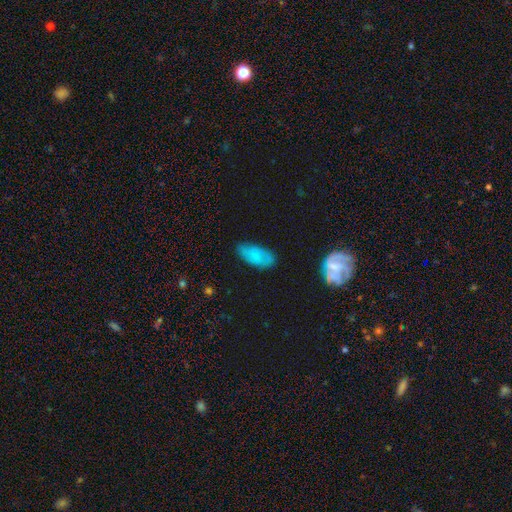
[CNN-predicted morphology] This appears to be a smooth galaxy with no disk features (71%) that is in between round and cigar-shaped (91%). Merging: none (76%).